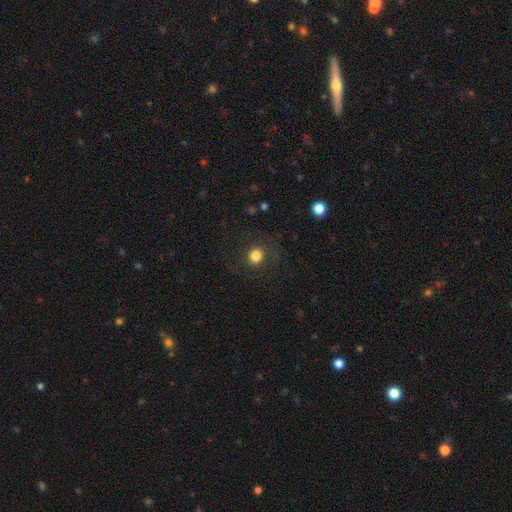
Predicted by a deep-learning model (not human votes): Smooth or featured? Predicted: smooth (p=0.80). How rounded? Predicted: round (p=0.83). Merging? Predicted: none (p=0.82).